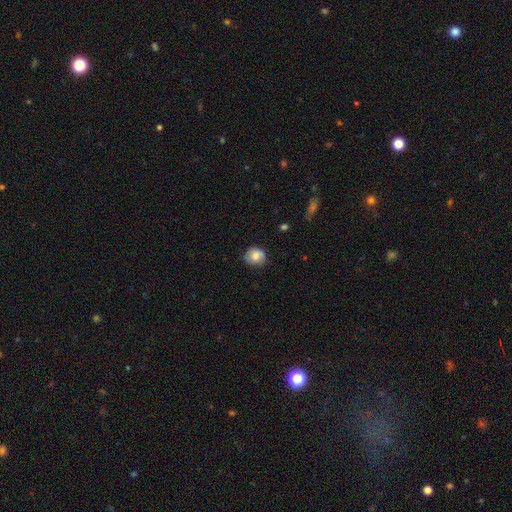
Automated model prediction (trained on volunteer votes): The model was most divided on "how rounded": round: 69%, in between: 30%, cigar-shaped: 1%. More confident: smooth or featured — smooth (76%); merging — none (74%).